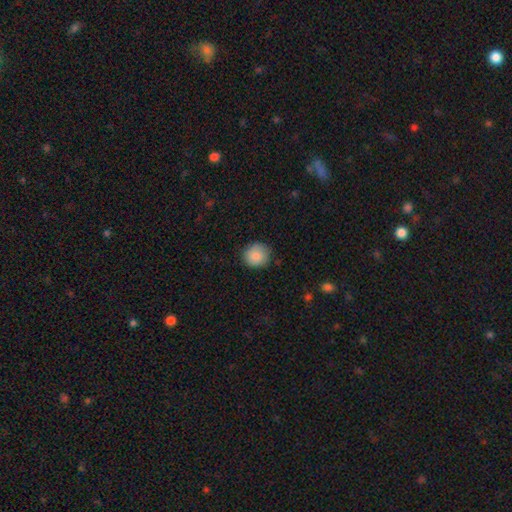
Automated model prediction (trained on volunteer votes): This is clearly a smooth galaxy (87%). How rounded: clearly round (90%). Merging: clearly none (86%).